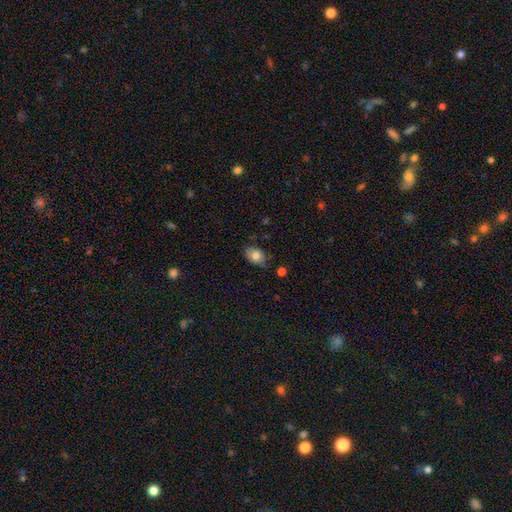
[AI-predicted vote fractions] smooth_or_featured: smooth (p=0.76) [alt: featured or disk p=0.15]
how_rounded: in between (p=0.80) [alt: round p=0.19]
merging: none (p=0.68) [alt: minor disturbance p=0.25]